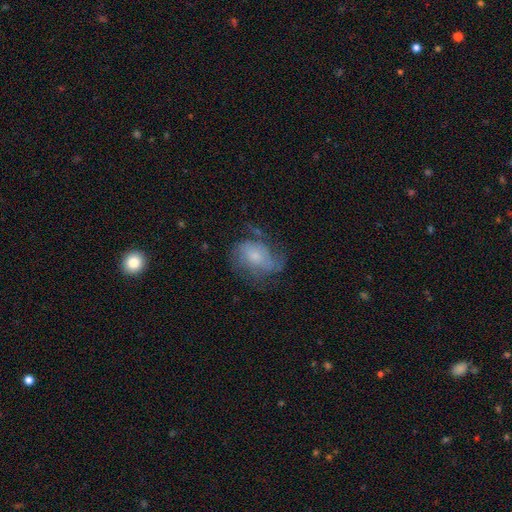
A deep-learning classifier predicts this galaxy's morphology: Smooth or featured? featured or disk (54%)
Edge-on disk? no (97%)
Bar? no (70%)
Spiral arms? yes (72%)
Bulge size? small (47%)
Merging? none (46%)